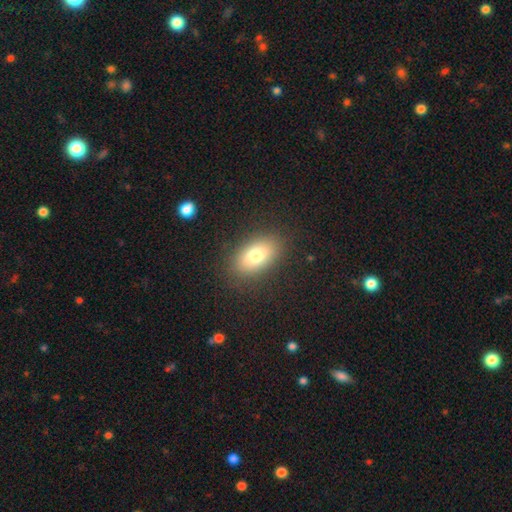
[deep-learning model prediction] Morphology: type=smooth (77%); roundness=in between (89%); merging=none (86%).